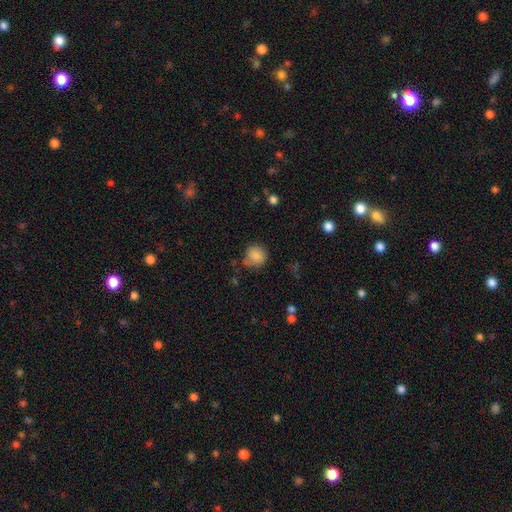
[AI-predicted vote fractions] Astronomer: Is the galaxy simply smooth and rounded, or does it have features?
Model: smooth — 84%.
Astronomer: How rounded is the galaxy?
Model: round — 86%.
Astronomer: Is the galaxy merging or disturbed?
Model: none — 69%.